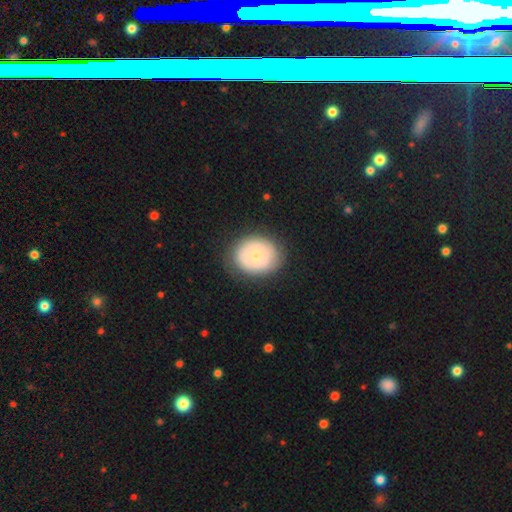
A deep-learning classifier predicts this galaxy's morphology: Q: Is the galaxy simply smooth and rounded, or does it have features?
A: smooth — 48%.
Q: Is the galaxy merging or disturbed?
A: none — 80%.